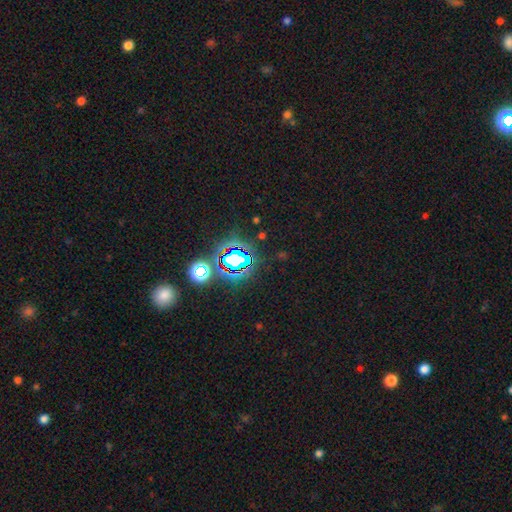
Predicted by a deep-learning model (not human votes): Smooth or featured? star or artifact (79%)